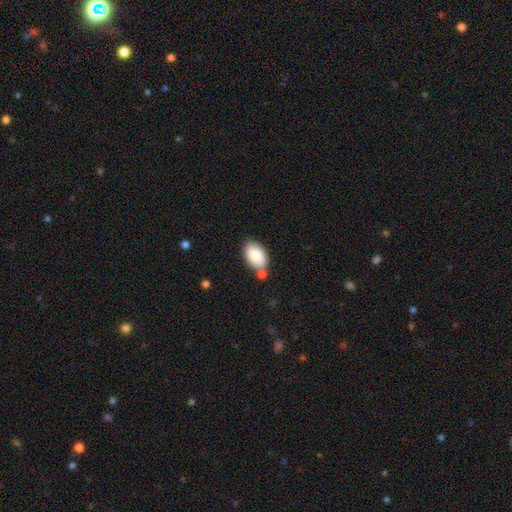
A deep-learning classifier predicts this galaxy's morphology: Smooth or featured: smooth — 86% (featured or disk — 8%)
How rounded: in between — 93% (round — 6%)
Merging: none — 66% (minor disturbance — 16%)